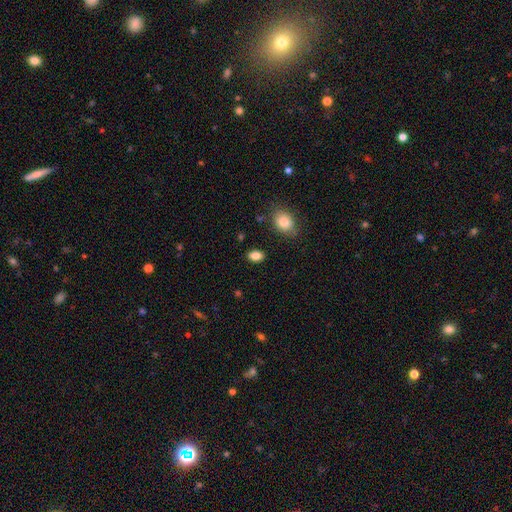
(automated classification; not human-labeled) Smooth or featured?
  - smooth: 85% *
  - star or artifact: 9%
  - featured or disk: 6%
How rounded?
  - in between: 84% *
  - round: 14%
  - cigar-shaped: 2%
Merging?
  - none: 85% *
  - minor disturbance: 10%
  - major disturbance: 3%
  - merger: 2%